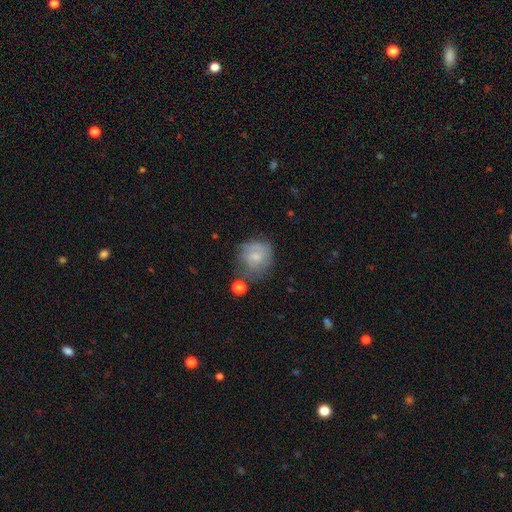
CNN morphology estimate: This appears to be a smooth galaxy with no disk features (61%) that is round (80%). Merging: none (51%).